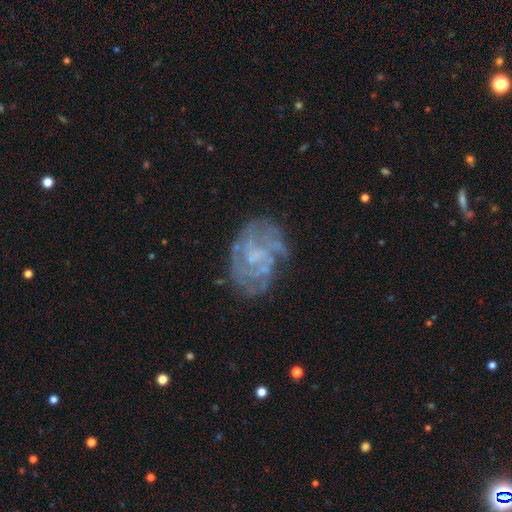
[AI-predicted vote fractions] Morphology: type=featured or disk (81%); edge-on=no (97%); bar=no (54%); spiral arms=yes (88%); winding=tight (52%); arm count=can't tell (39%); bulge=small (47%); merging=none (69%).